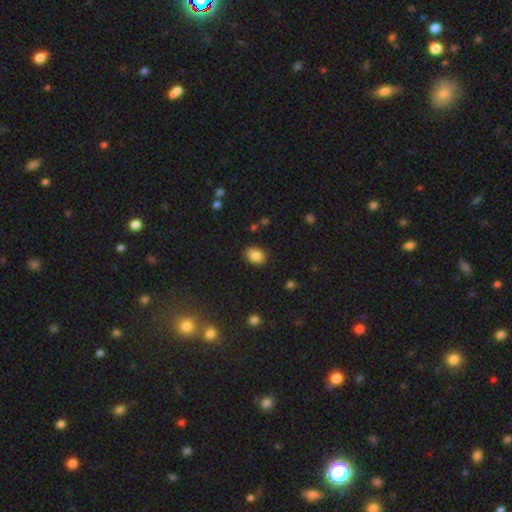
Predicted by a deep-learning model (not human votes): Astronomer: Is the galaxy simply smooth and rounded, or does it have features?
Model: smooth — 85%.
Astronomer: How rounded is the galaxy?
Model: in between — 70%.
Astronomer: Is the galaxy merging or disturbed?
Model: none — 86%.